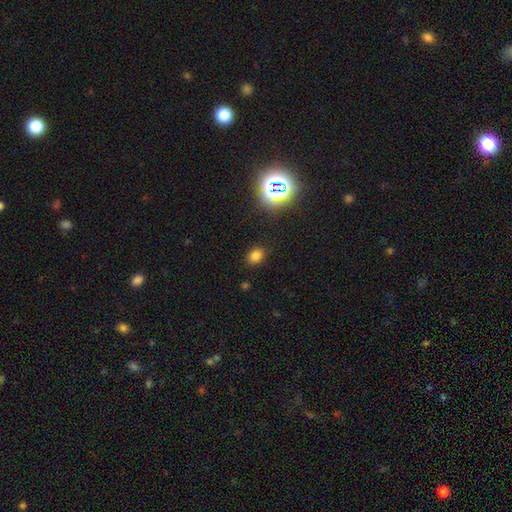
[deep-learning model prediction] Smooth or featured: smooth — 74% (star or artifact — 21%)
How rounded: in between — 54% (round — 45%)
Merging: none — 86% (minor disturbance — 9%)